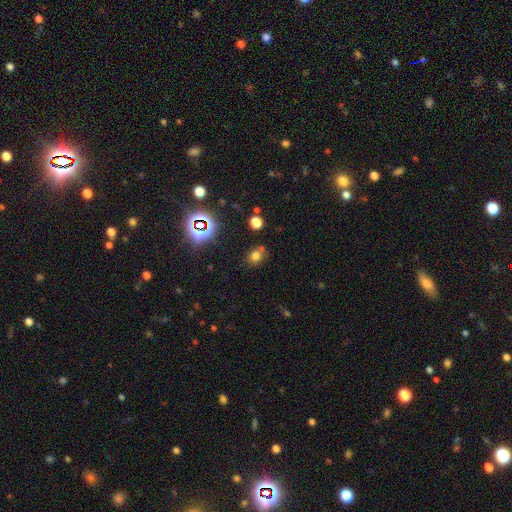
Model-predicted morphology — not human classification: This is likely a smooth galaxy (67%). How rounded: likely round (67%). Merging: likely none (64%).